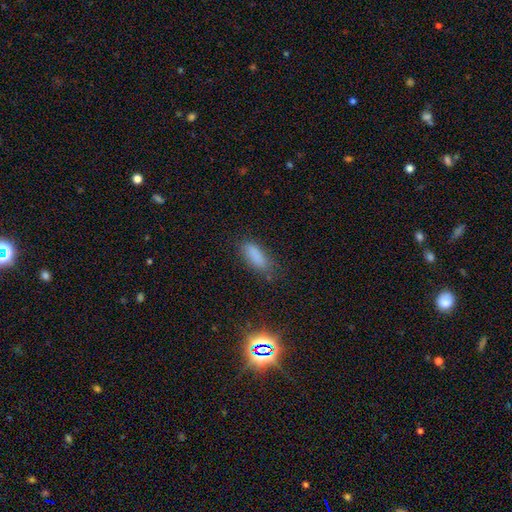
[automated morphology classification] Smooth or featured: smooth — 82% (star or artifact — 12%)
How rounded: in between — 65% (cigar-shaped — 33%)
Merging: none — 75% (minor disturbance — 18%)